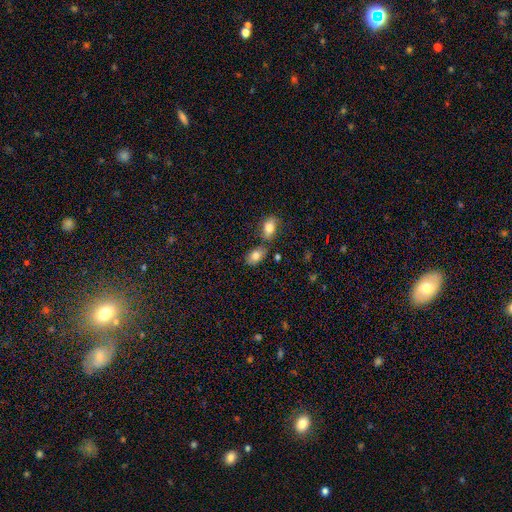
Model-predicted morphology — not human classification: Smooth or featured?
  - smooth: 81% *
  - featured or disk: 11%
  - star or artifact: 8%
How rounded?
  - in between: 88% *
  - round: 11%
  - cigar-shaped: 2%
Merging?
  - none: 62% *
  - merger: 20%
  - minor disturbance: 15%
  - major disturbance: 4%